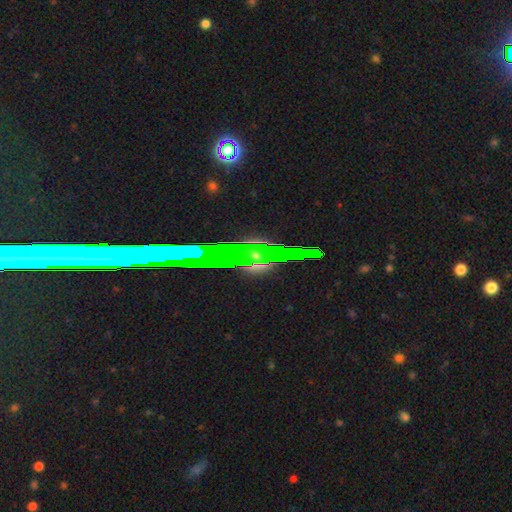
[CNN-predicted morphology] A featured or disk galaxy (52%) viewed edge-on (67%).

Vote fractions:
- Smooth or featured? featured or disk: 52% / smooth: 27% / star or artifact: 21%
- Edge-on disk? yes: 67% / no: 33%
- Merging? none: 87% / minor disturbance: 9% / major disturbance: 3% / merger: 2%